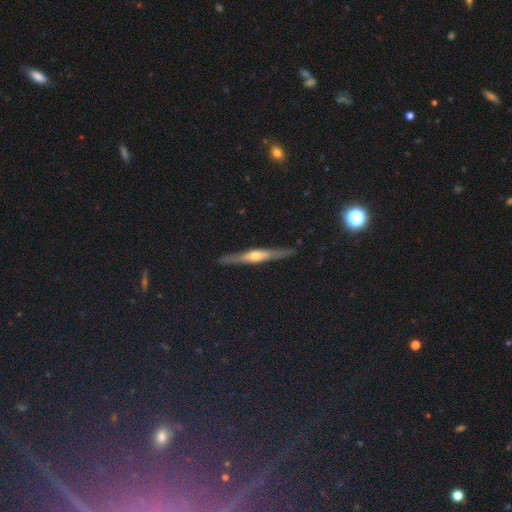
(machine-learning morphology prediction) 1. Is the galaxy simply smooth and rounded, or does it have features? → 71% featured or disk, 22% smooth, 7% star or artifact.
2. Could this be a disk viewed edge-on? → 95% yes, 5% no.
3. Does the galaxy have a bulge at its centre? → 84% rounded, 9% none, 6% boxy.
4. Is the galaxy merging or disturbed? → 88% none, 9% minor disturbance, 2% major disturbance, 1% merger.